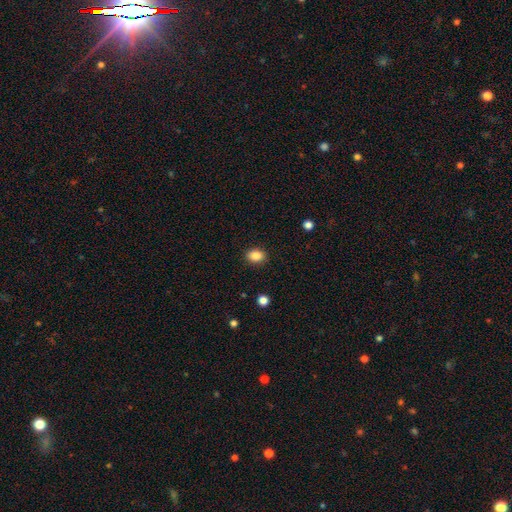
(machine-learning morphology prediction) Smooth or featured?
  - smooth: 86% *
  - star or artifact: 9%
  - featured or disk: 4%
How rounded?
  - in between: 63% *
  - round: 36%
  - cigar-shaped: 1%
Merging?
  - none: 89% *
  - minor disturbance: 8%
  - major disturbance: 2%
  - merger: 1%